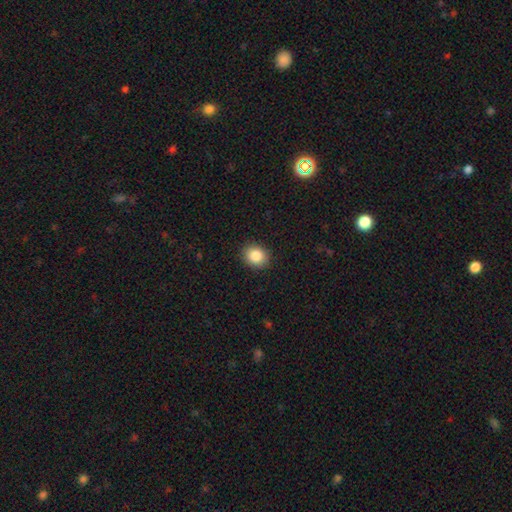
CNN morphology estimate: smooth 86%, star or artifact 9%, featured or disk 5%. Down the decision tree: how rounded — round (60%); merging — none (90%).